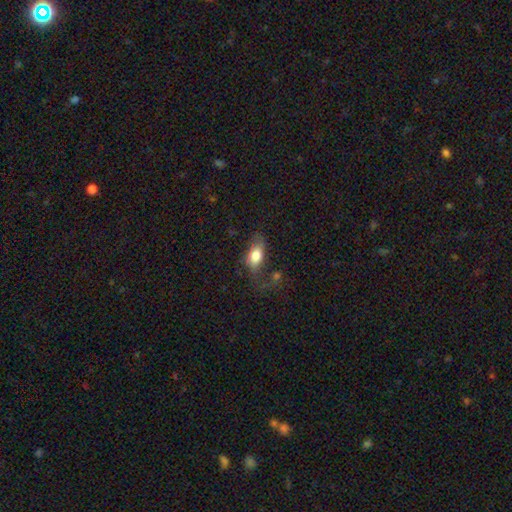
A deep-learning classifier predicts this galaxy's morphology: Smooth or featured: smooth — 75% (featured or disk — 17%)
How rounded: in between — 87% (round — 7%)
Merging: none — 44% (minor disturbance — 25%)